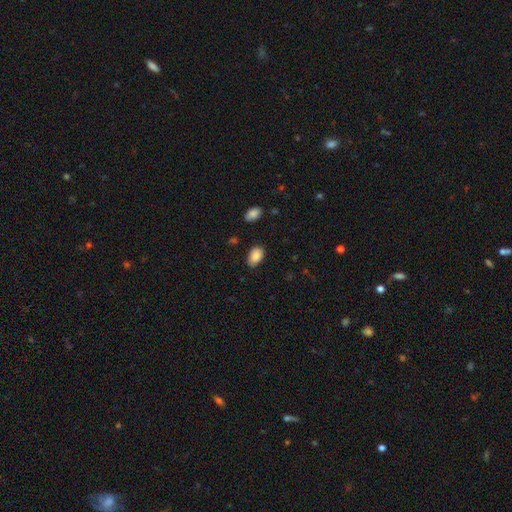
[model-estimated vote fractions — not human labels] Smooth or featured?
  - smooth: 88% *
  - star or artifact: 7%
  - featured or disk: 4%
How rounded?
  - in between: 91% *
  - round: 8%
  - cigar-shaped: 1%
Merging?
  - none: 79% *
  - minor disturbance: 16%
  - major disturbance: 3%
  - merger: 2%